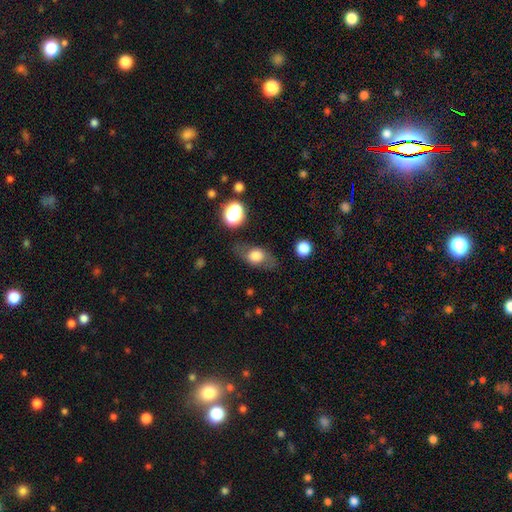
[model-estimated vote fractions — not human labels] A smooth galaxy with no disk features (60%) that is in between round and cigar-shaped (69%).

Vote fractions:
- Smooth or featured? smooth: 60% / featured or disk: 31% / star or artifact: 10%
- How rounded? in between: 69% / round: 24% / cigar-shaped: 7%
- Merging? none: 68% / minor disturbance: 20% / major disturbance: 9% / merger: 3%